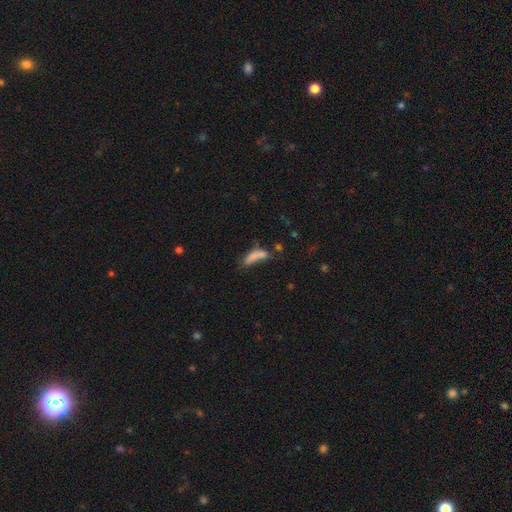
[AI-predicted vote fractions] Q: Smooth or featured?
A: smooth (72%); runner-up: featured or disk (17%)
Q: How rounded?
A: in between (55%); runner-up: cigar-shaped (41%)
Q: Merging?
A: none (29%); runner-up: merger (27%)